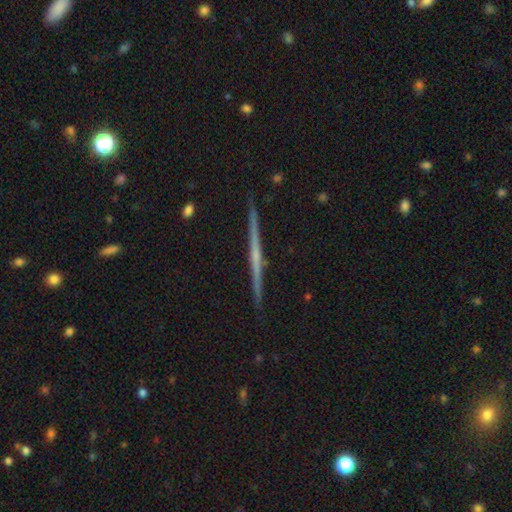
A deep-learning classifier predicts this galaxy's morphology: smooth-or-featured: featured or disk: 76% | smooth: 19% | star or artifact: 6%
  disk-edge-on: yes: 98% | no: 2%
    edge-on-bulge: none: 57% | rounded: 36% | boxy: 7%
  merging: none: 92% | minor disturbance: 6% | major disturbance: 1% | merger: 1%